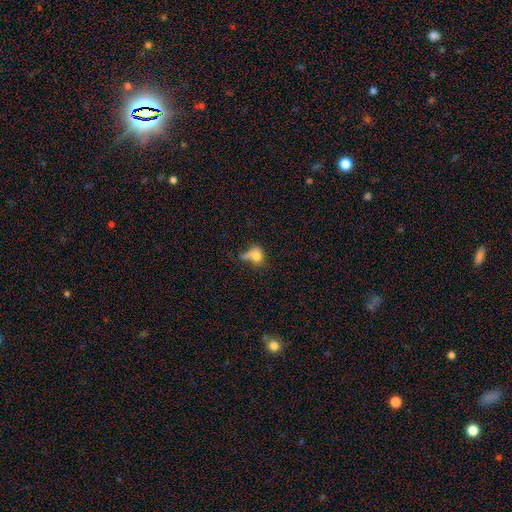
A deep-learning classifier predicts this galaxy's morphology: Q: Smooth or featured?
A: smooth (71%); runner-up: featured or disk (17%)
Q: How rounded?
A: in between (58%); runner-up: round (38%)
Q: Merging?
A: major disturbance (29%); runner-up: none (28%)